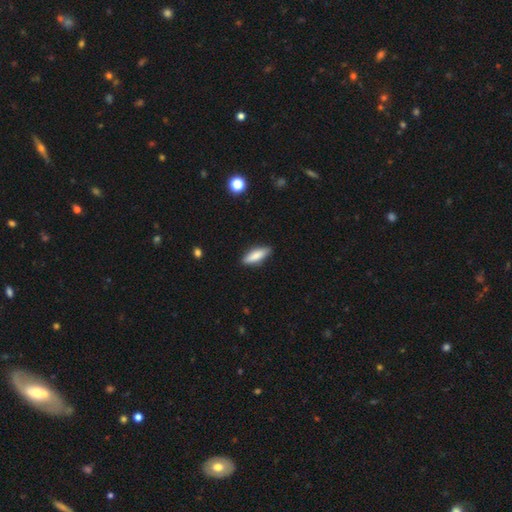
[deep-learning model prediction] This is likely a smooth galaxy (79%). How rounded: possibly cigar-shaped (50%). Merging: clearly none (87%).